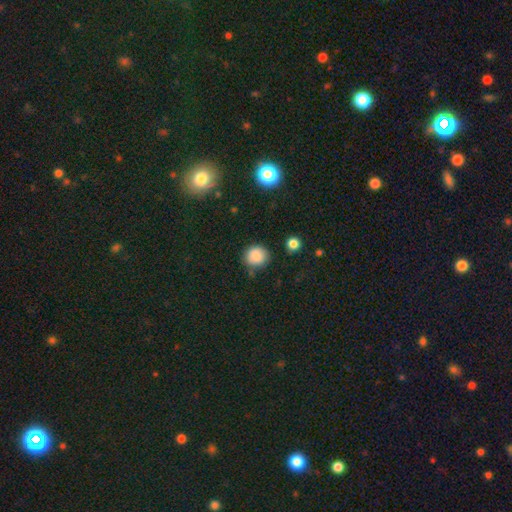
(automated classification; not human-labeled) The model was most divided on "merging": none: 80%, minor disturbance: 13%, major disturbance: 4%, merger: 3%. More confident: how rounded — round (87%); smooth or featured — smooth (86%).